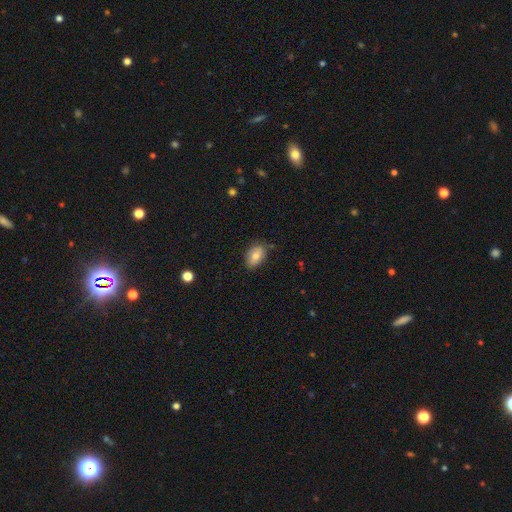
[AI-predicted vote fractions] Smooth or featured?
  - smooth: 77% *
  - featured or disk: 15%
  - star or artifact: 8%
How rounded?
  - in between: 86% *
  - round: 13%
  - cigar-shaped: 1%
Merging?
  - none: 72% *
  - minor disturbance: 23%
  - major disturbance: 4%
  - merger: 2%